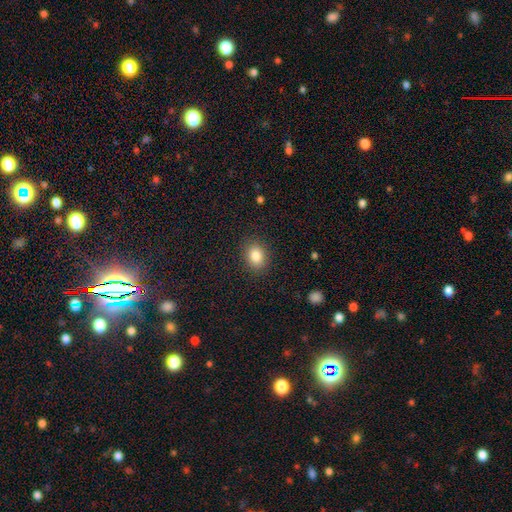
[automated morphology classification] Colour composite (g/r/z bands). It shows a smooth galaxy with no disk features (84%) that is in between round and cigar-shaped (56%). Merging: none (88%).